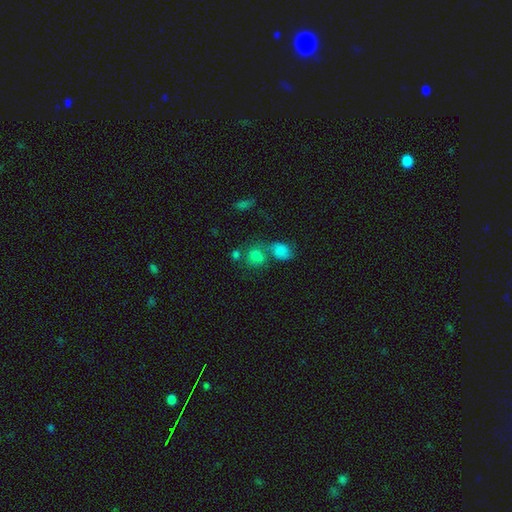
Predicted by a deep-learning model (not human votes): Overall: smooth (75%). How rounded: round (61%; in between 37%). Merging: merger (47%; none 35%).